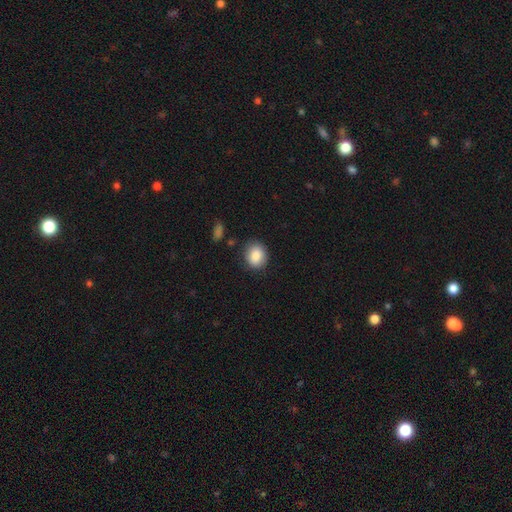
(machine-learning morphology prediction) smooth_or_featured: smooth (p=0.86) [alt: star or artifact p=0.08]
how_rounded: round (p=0.59) [alt: in between p=0.41]
merging: none (p=0.82) [alt: minor disturbance p=0.13]